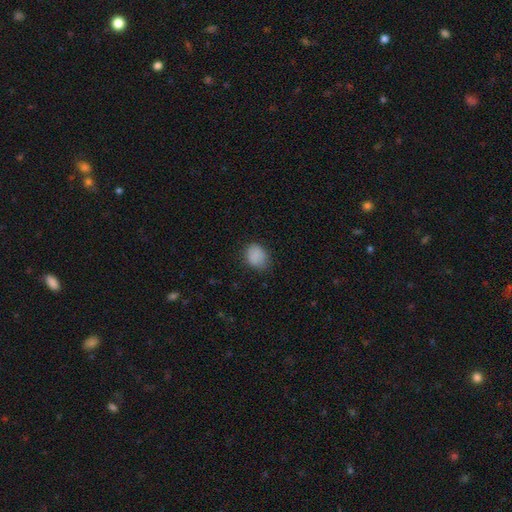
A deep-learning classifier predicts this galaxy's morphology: A smooth galaxy with no disk features (87%) that is in between round and cigar-shaped (54%). Merging: none (74%).